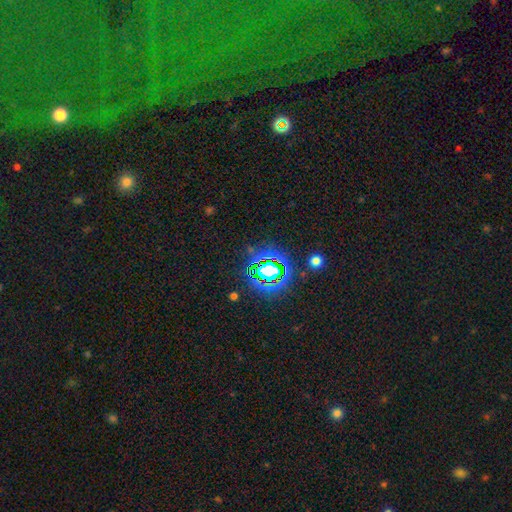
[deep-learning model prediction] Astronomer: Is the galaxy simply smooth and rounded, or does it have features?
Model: star or artifact — 76%.